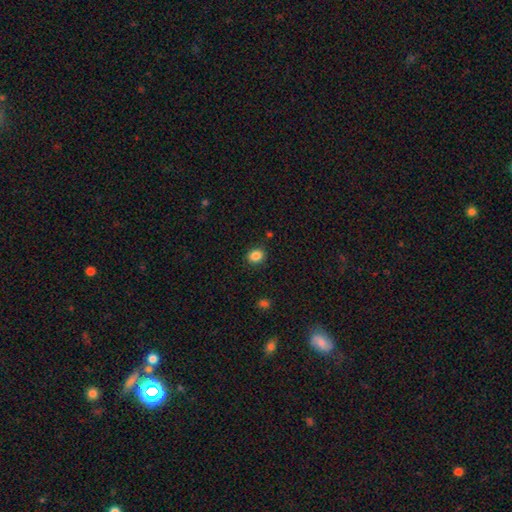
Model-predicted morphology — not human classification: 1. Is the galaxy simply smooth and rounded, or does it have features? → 85% smooth, 11% star or artifact, 5% featured or disk.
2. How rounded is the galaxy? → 60% round, 39% in between, 1% cigar-shaped.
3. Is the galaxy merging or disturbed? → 87% none, 9% minor disturbance, 2% major disturbance, 2% merger.